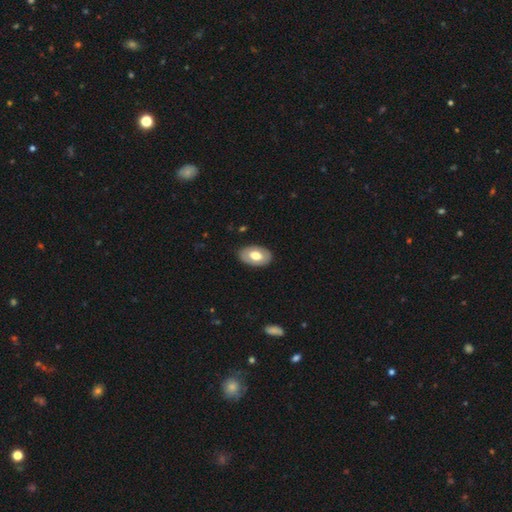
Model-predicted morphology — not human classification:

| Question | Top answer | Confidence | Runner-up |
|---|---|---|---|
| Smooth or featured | smooth | 61% | featured or disk (33%) |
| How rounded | in between | 90% | round (8%) |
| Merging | none | 85% | minor disturbance (11%) |